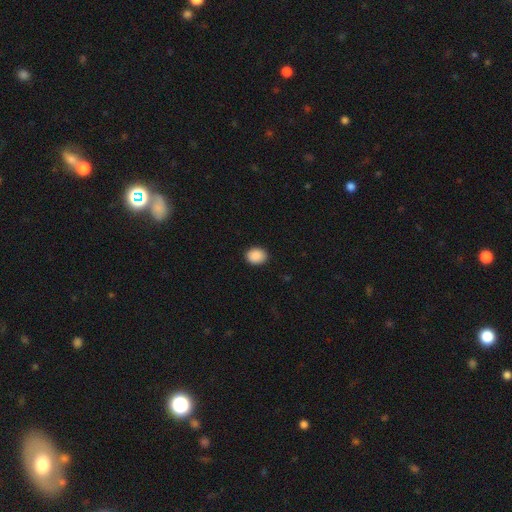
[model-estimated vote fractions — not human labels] A smooth galaxy with no disk features (90%) that is in between round and cigar-shaped (53%). Merging: none (90%).